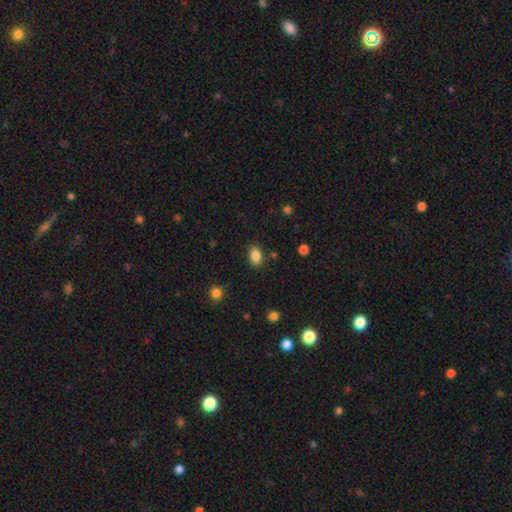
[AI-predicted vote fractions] A smooth galaxy with no disk features (85%) that is in between round and cigar-shaped (80%).

Vote fractions:
- Smooth or featured? smooth: 85% / star or artifact: 9% / featured or disk: 5%
- How rounded? in between: 80% / round: 18% / cigar-shaped: 1%
- Merging? none: 83% / minor disturbance: 11% / major disturbance: 3% / merger: 3%